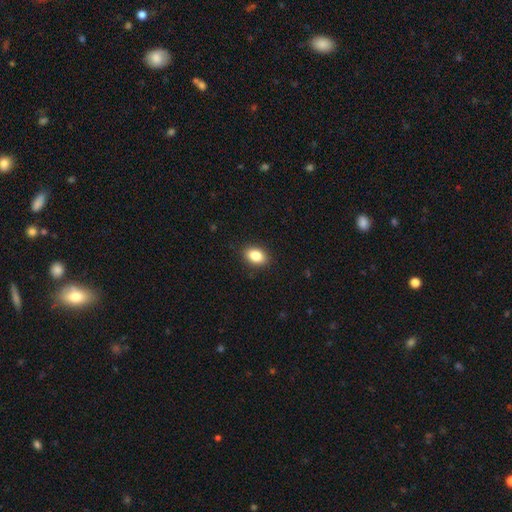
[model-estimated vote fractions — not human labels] This appears to be a smooth galaxy with no disk features (85%) that is in between round and cigar-shaped (81%). Merging: none (89%).